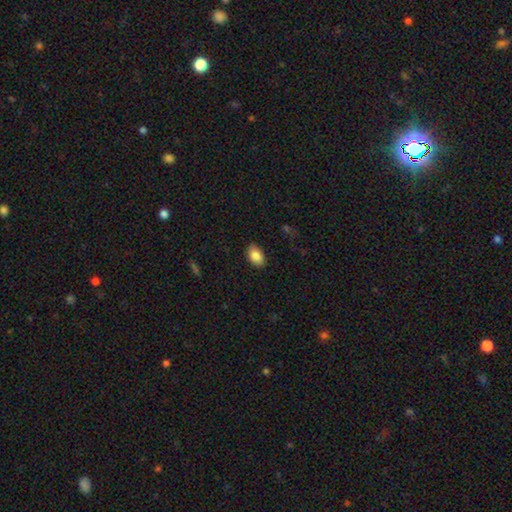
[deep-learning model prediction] This appears to be a smooth galaxy with no disk features (84%) that is in between round and cigar-shaped (89%). Merging: none (87%).